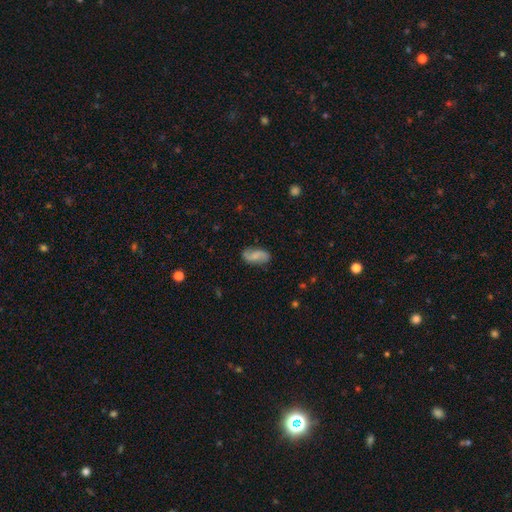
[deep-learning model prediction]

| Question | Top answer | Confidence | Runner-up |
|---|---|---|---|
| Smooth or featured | featured or disk | 47% | smooth (46%) |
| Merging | none | 77% | minor disturbance (17%) |